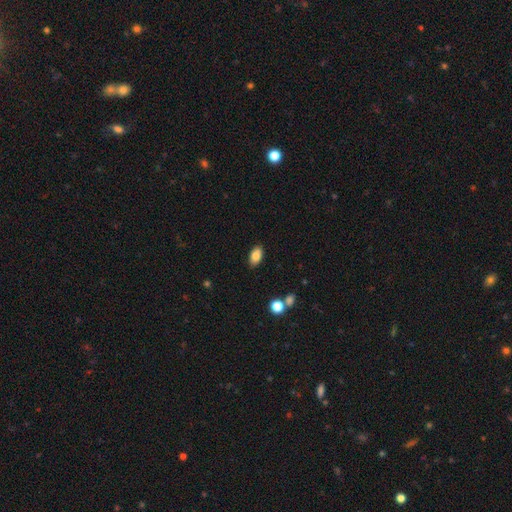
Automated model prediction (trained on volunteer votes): Smooth or featured? smooth (83%)
How rounded? in between (92%)
Merging? none (87%)